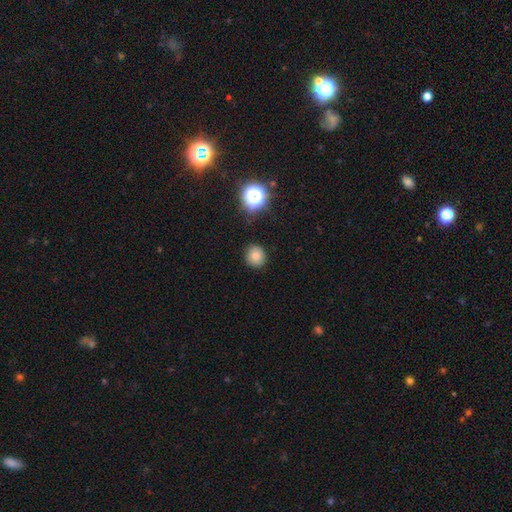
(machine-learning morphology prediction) Overall: smooth (78%). How rounded: round (90%). Merging: none (87%).